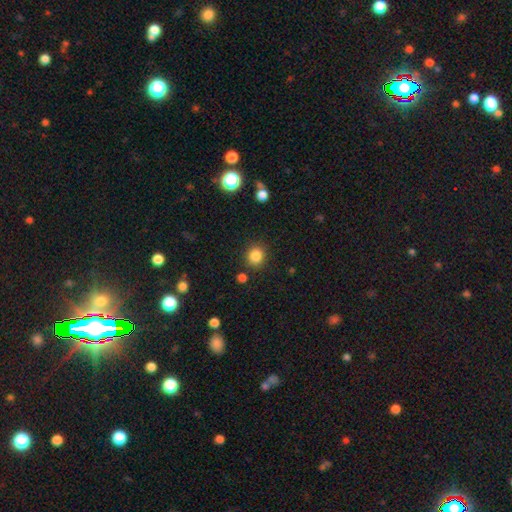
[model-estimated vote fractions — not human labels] Smooth or featured: smooth — 84% (star or artifact — 11%)
How rounded: round — 84% (in between — 15%)
Merging: none — 86% (minor disturbance — 8%)